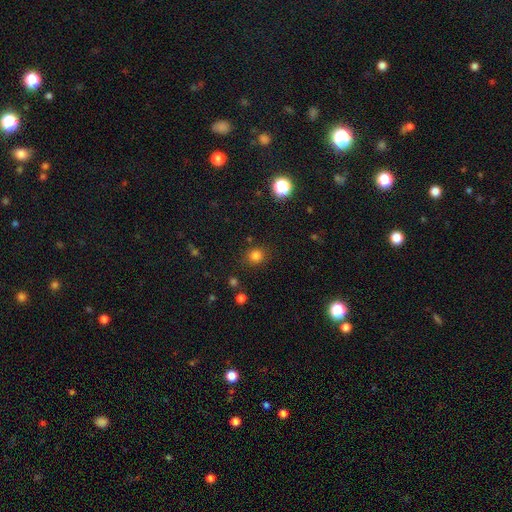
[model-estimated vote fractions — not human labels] Q: Smooth or featured?
A: smooth (80%); runner-up: star or artifact (15%)
Q: How rounded?
A: round (81%); runner-up: in between (18%)
Q: Merging?
A: none (86%); runner-up: minor disturbance (9%)